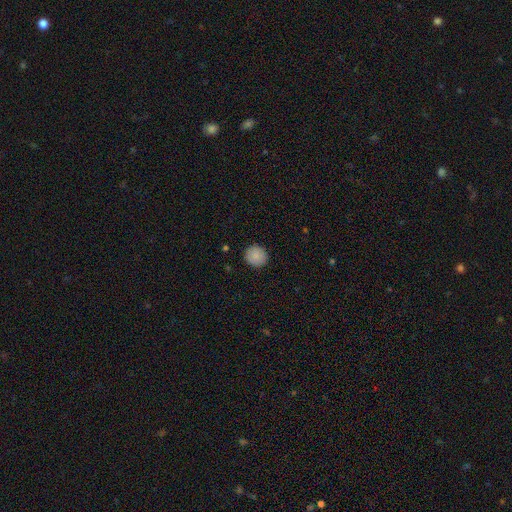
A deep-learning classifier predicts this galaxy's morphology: Smooth or featured: smooth — 88% (star or artifact — 8%)
How rounded: round — 91% (in between — 8%)
Merging: none — 91% (minor disturbance — 7%)